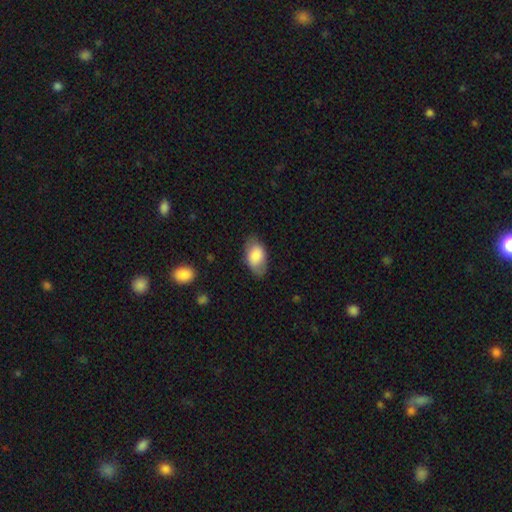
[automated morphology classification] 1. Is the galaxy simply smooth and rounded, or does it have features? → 81% smooth, 13% featured or disk, 6% star or artifact.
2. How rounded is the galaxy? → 93% in between, 5% round, 2% cigar-shaped.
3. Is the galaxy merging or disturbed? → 74% none, 20% minor disturbance, 5% major disturbance, 1% merger.